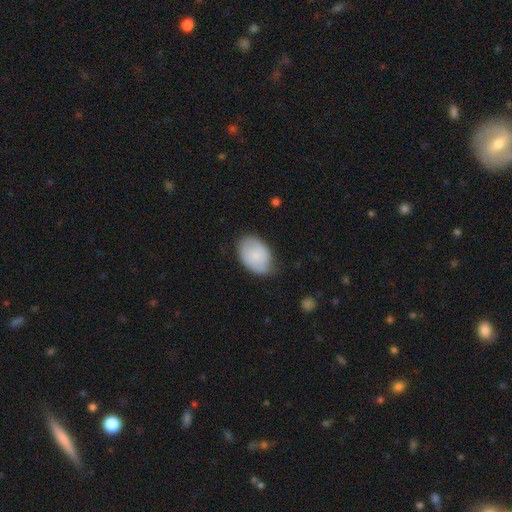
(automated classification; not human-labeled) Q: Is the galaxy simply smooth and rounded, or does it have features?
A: smooth — 72%.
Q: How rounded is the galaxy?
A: in between — 82%.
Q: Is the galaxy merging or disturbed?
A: none — 62%.